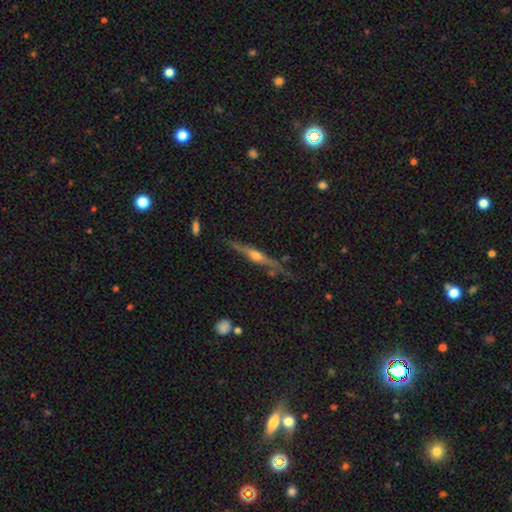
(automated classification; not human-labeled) Smooth or featured? Predicted: featured or disk (p=0.75). Edge-on disk? Predicted: yes (p=0.96). Edge-on bulge? Predicted: rounded (p=0.88). Merging? Predicted: none (p=0.77).